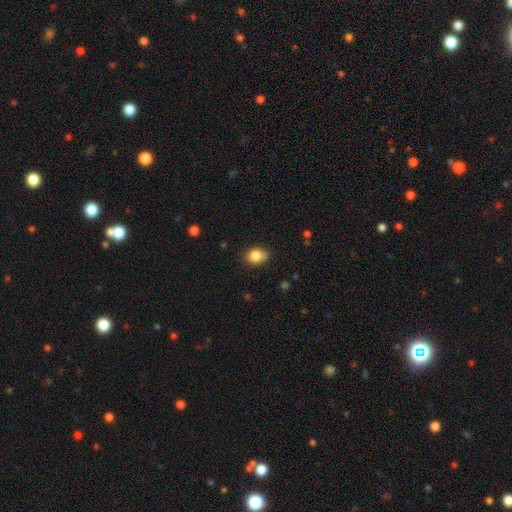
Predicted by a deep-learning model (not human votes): smooth-or-featured: smooth: 85% | star or artifact: 9% | featured or disk: 6%
  how-rounded: in between: 60% | round: 39% | cigar-shaped: 1%
  merging: none: 81% | minor disturbance: 15% | major disturbance: 3% | merger: 1%